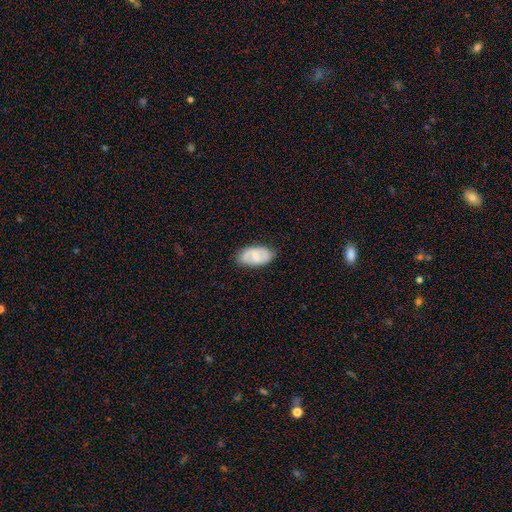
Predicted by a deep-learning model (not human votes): Smooth or featured? smooth (50%)
Merging? none (81%)